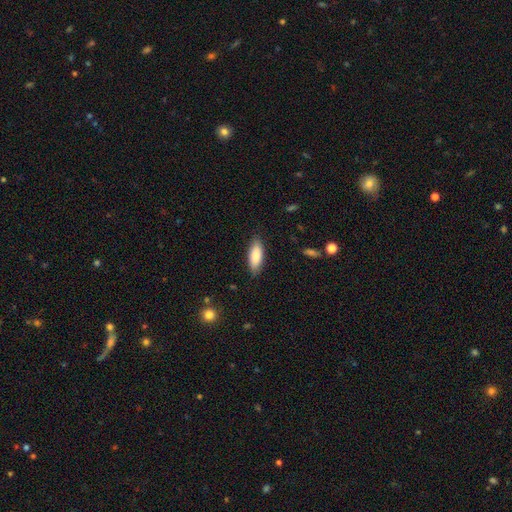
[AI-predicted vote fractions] Smooth or featured?
  - smooth: 84% *
  - featured or disk: 10%
  - star or artifact: 6%
How rounded?
  - in between: 72% *
  - cigar-shaped: 26%
  - round: 2%
Merging?
  - none: 84% *
  - minor disturbance: 12%
  - major disturbance: 2%
  - merger: 1%